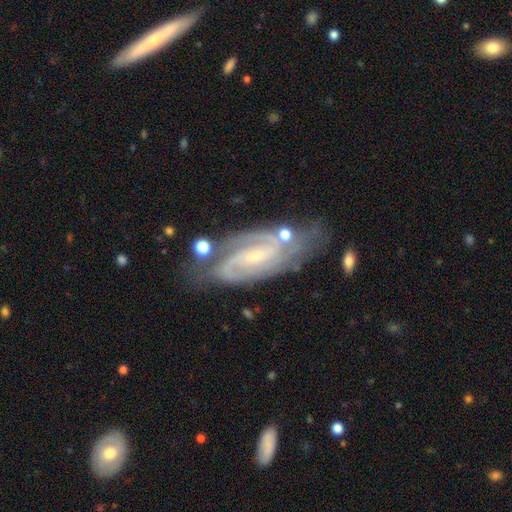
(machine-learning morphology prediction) The model was most divided on "spiral winding": medium: 46%, tight: 43%, loose: 11%. Remaining: spiral arms — yes (98%); edge-on disk — no (94%); smooth or featured — featured or disk (89%); spiral arm count — 2 (74%); bulge size — small (69%); merging — none (69%); bar — weak (46%).